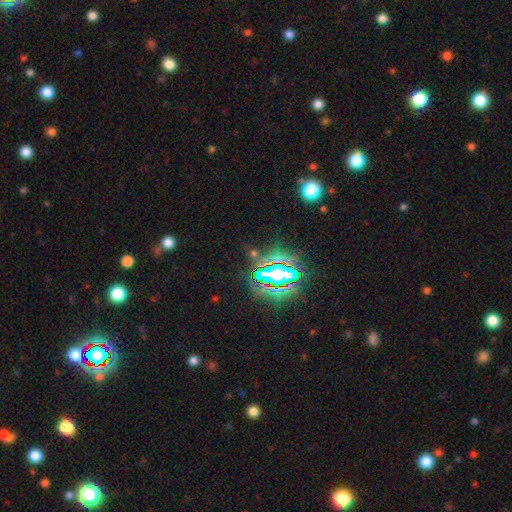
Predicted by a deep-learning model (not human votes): Smooth or featured?
  - star or artifact: 75% *
  - smooth: 14%
  - featured or disk: 11%